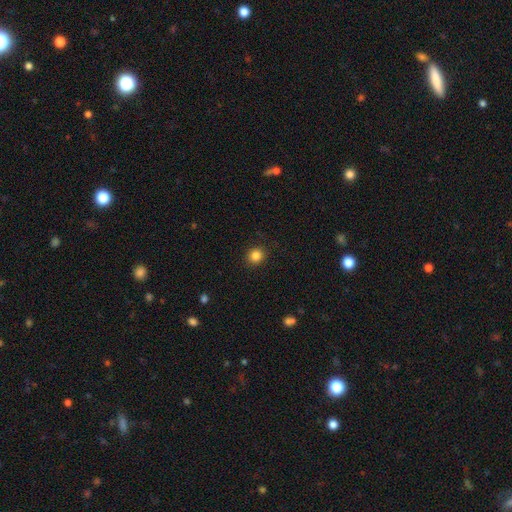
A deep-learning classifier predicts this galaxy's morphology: A smooth galaxy with no disk features (84%) that is round (86%). Merging: none (90%).